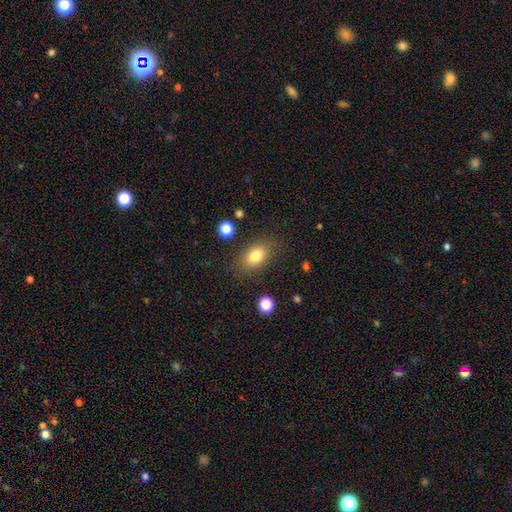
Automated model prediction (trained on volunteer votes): A smooth galaxy with no disk features (80%) that is in between round and cigar-shaped (82%). Merging: none (82%).